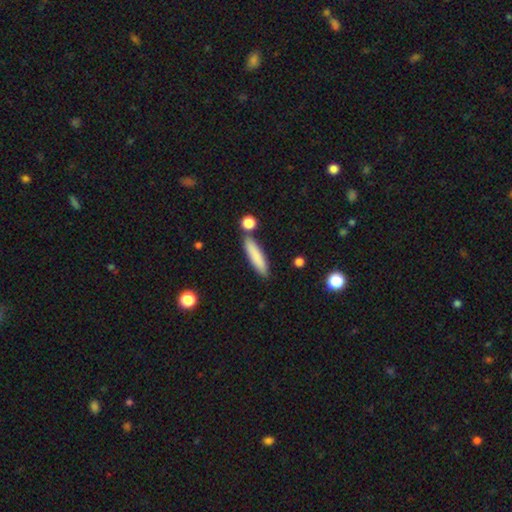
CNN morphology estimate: The model was most divided on "how rounded": cigar-shaped: 81%, in between: 17%, round: 2%. More confident: smooth or featured — smooth (82%); merging — none (80%).